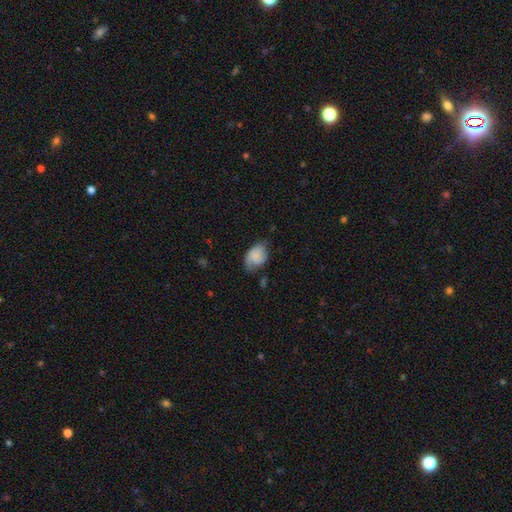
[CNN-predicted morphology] Smooth or featured?
  - smooth: 66% *
  - featured or disk: 26%
  - star or artifact: 8%
How rounded?
  - in between: 78% *
  - round: 21%
  - cigar-shaped: 1%
Merging?
  - none: 42% *
  - minor disturbance: 40%
  - major disturbance: 15%
  - merger: 2%